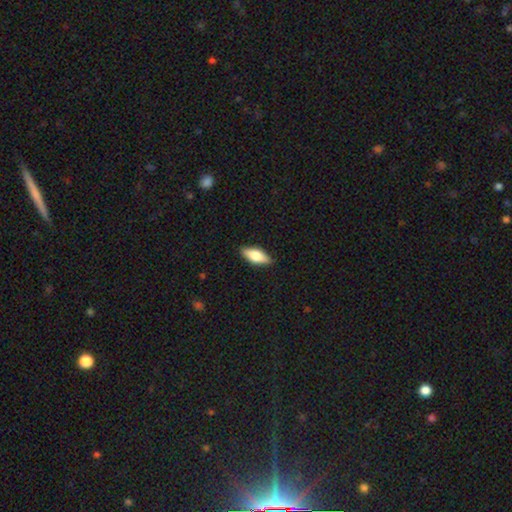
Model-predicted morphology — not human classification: Smooth or featured? smooth (67%)
How rounded? in between (76%)
Merging? none (88%)